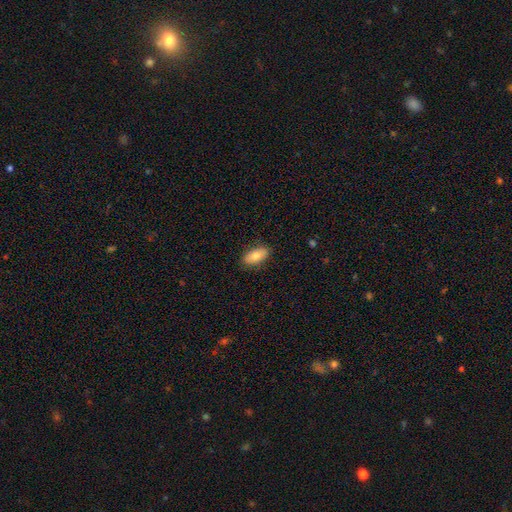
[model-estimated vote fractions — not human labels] Q: Smooth or featured?
A: smooth (77%); runner-up: featured or disk (17%)
Q: How rounded?
A: in between (90%); runner-up: cigar-shaped (7%)
Q: Merging?
A: none (86%); runner-up: minor disturbance (11%)